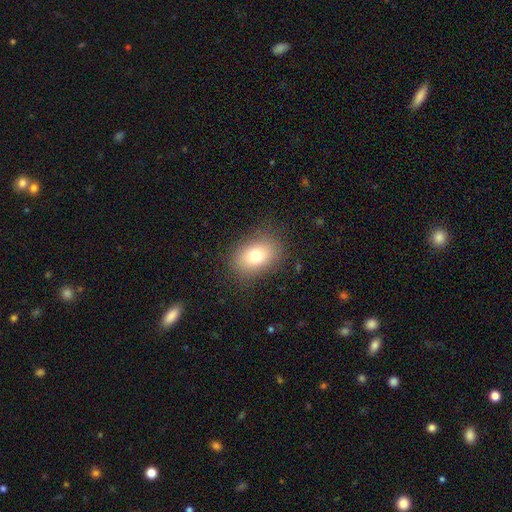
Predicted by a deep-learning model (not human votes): The model was most divided on "how rounded": in between: 75%, round: 24%, cigar-shaped: 1%. More confident: merging — none (83%); smooth or featured — smooth (77%).